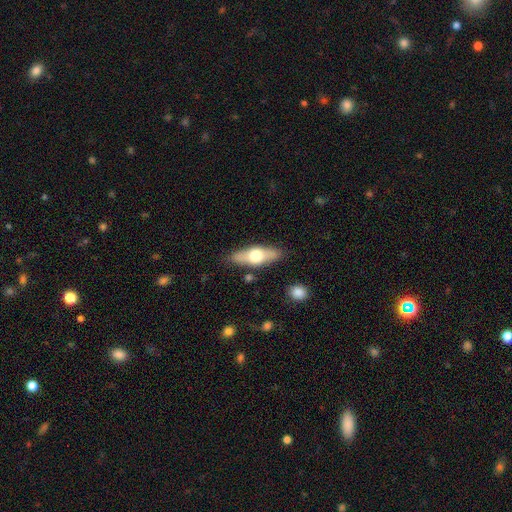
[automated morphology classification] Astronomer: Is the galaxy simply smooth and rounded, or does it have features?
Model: smooth — 50% (runner-up: featured or disk, 44%).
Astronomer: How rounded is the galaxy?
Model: in between — 57% (runner-up: cigar-shaped, 39%).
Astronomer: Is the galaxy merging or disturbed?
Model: none — 84%.